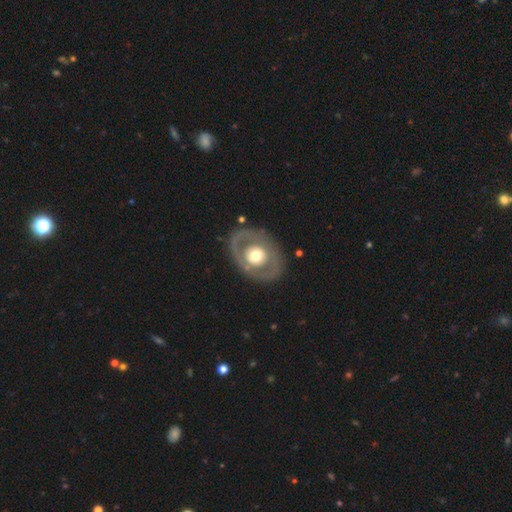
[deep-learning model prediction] A featured or disk galaxy (59%) with no bar (88%), no spiral arms (83%) and a moderate central bulge (57%).

Vote fractions:
- Smooth or featured? featured or disk: 59% / smooth: 36% / star or artifact: 5%
- Edge-on disk? no: 93% / yes: 7%
- Bar? no: 88% / weak: 9% / strong: 3%
- Spiral arms? no: 83% / yes: 17%
- Bulge size? moderate: 57% / large: 35% / small: 5% / dominant: 3% / none: 1%
- Merging? none: 81% / minor disturbance: 11% / major disturbance: 6% / merger: 1%